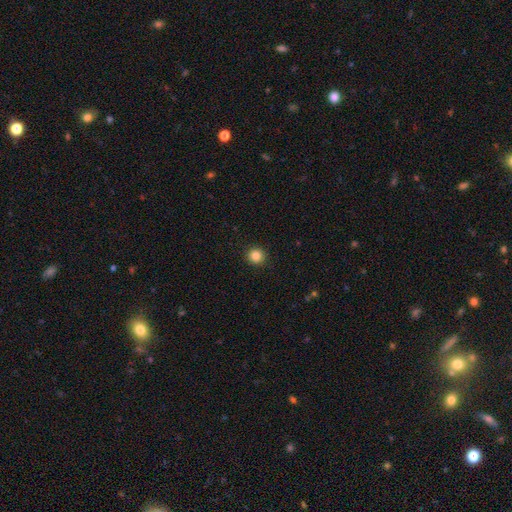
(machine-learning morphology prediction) smooth_or_featured: smooth (p=0.85) [alt: star or artifact p=0.11]
how_rounded: round (p=0.94) [alt: in between p=0.05]
merging: none (p=0.93) [alt: minor disturbance p=0.05]